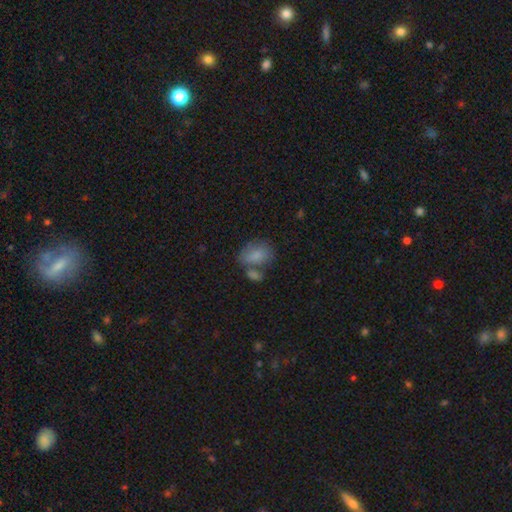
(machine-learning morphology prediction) smooth 79%, featured or disk 13%, star or artifact 8%. Down the decision tree: how rounded — in between (76%); merging — none (40%).